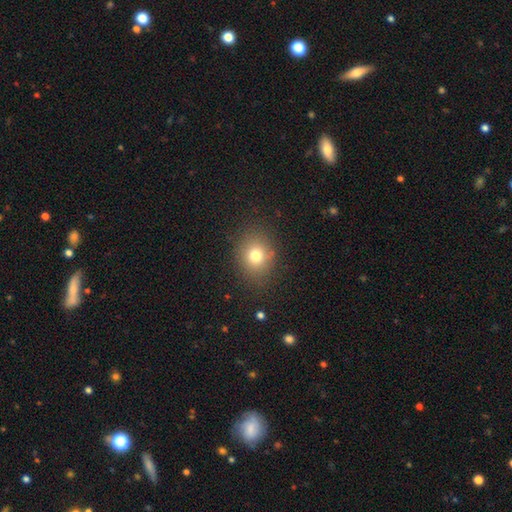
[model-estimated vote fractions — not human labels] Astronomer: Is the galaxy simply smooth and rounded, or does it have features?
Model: smooth — 75%.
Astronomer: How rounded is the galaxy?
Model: round — 67%.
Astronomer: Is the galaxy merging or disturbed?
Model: none — 84%.